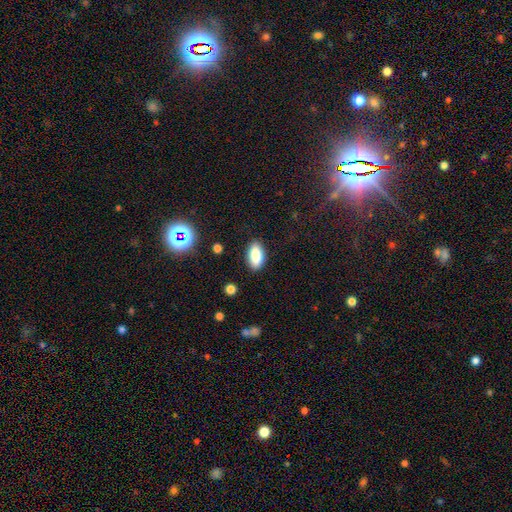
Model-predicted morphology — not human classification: smooth-or-featured: smooth: 86% | star or artifact: 8% | featured or disk: 6%
  how-rounded: in between: 90% | cigar-shaped: 6% | round: 3%
  merging: none: 87% | minor disturbance: 9% | major disturbance: 2% | merger: 1%